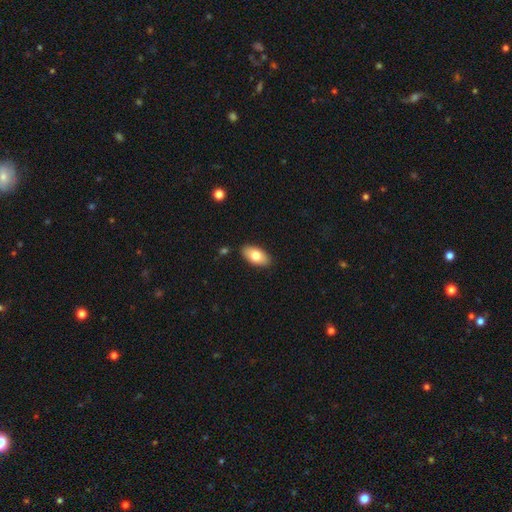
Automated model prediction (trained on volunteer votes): A smooth galaxy with no disk features (76%) that is in between round and cigar-shaped (93%).

Vote fractions:
- Smooth or featured? smooth: 76% / featured or disk: 18% / star or artifact: 7%
- How rounded? in between: 93% / round: 3% / cigar-shaped: 3%
- Merging? none: 87% / minor disturbance: 9% / major disturbance: 2% / merger: 2%